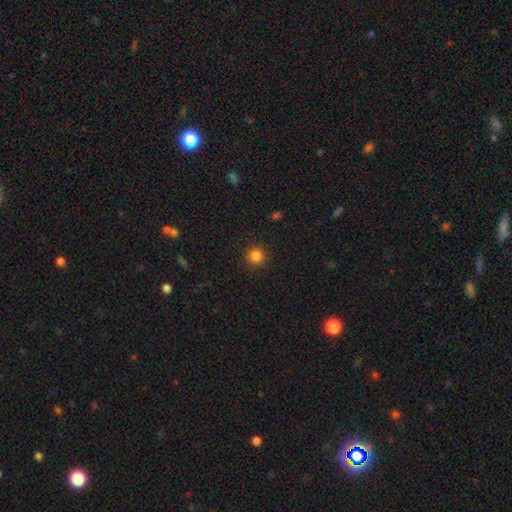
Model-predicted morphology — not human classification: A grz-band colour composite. It shows a smooth galaxy with no disk features (84%) that is round (94%). Merging: none (92%).